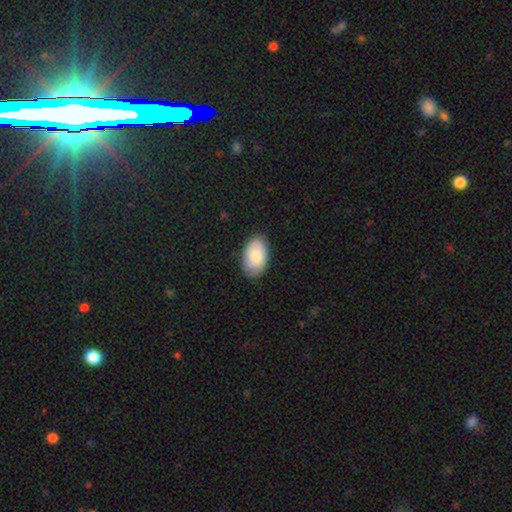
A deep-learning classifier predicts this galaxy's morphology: Overall: smooth (79%). How rounded: in between (93%). Merging: none (82%).